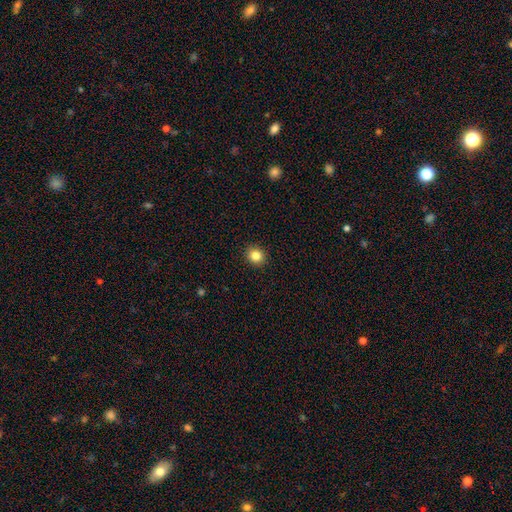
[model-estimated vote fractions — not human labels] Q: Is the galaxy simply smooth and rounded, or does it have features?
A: smooth — 84%.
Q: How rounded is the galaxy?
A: round — 83%.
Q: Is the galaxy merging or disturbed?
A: none — 92%.